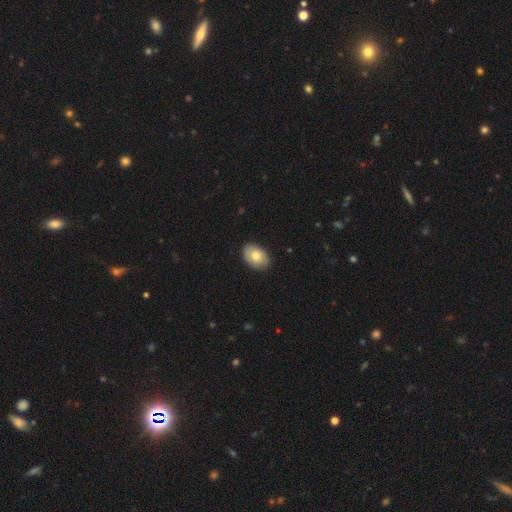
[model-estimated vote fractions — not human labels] This appears to be a smooth galaxy with no disk features (74%) that is in between round and cigar-shaped (84%). Merging: none (84%).